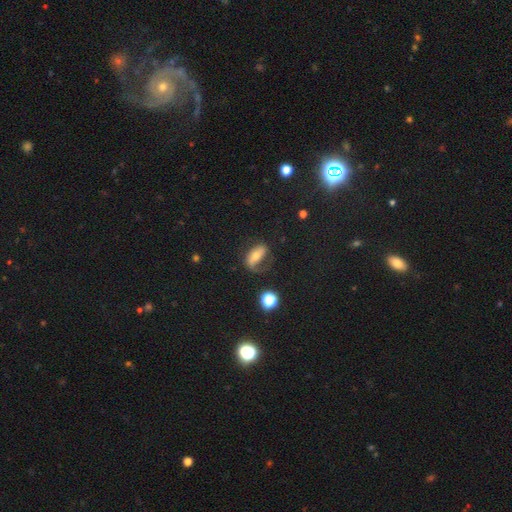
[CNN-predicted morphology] Smooth or featured?
  - featured or disk: 48% *
  - smooth: 40%
  - star or artifact: 13%
Merging?
  - none: 45% *
  - major disturbance: 29%
  - minor disturbance: 23%
  - merger: 3%